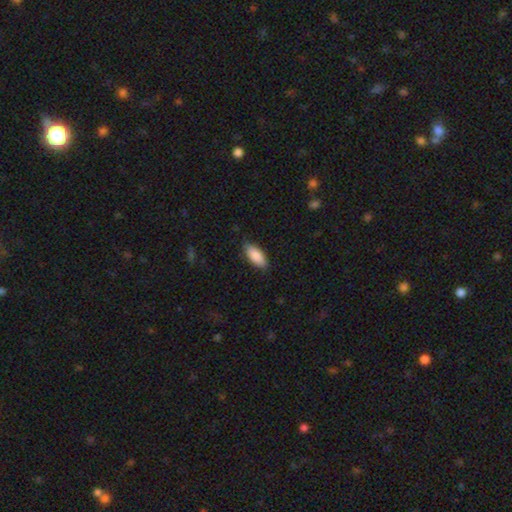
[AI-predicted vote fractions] A smooth galaxy with no disk features (88%) that is in between round and cigar-shaped (84%).

Vote fractions:
- Smooth or featured? smooth: 88% / featured or disk: 6% / star or artifact: 6%
- How rounded? in between: 84% / cigar-shaped: 14% / round: 2%
- Merging? none: 83% / minor disturbance: 13% / major disturbance: 2% / merger: 1%